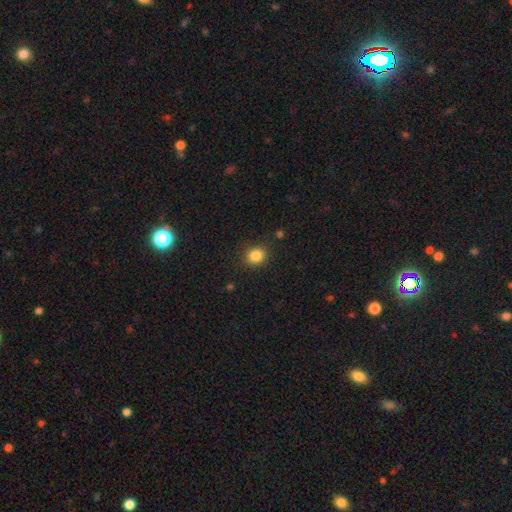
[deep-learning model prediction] smooth 84%, star or artifact 11%, featured or disk 5%. Down the decision tree: how rounded — round (75%); merging — none (88%).